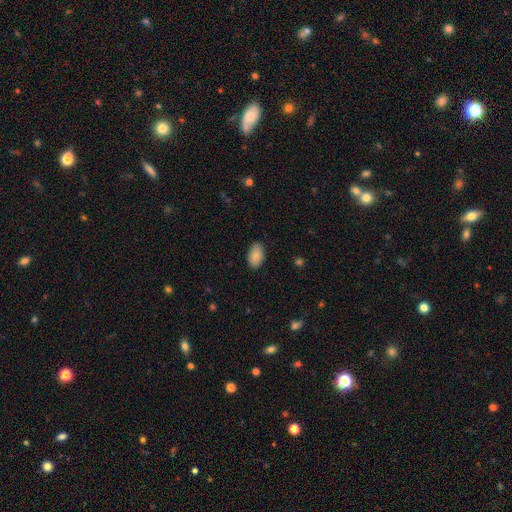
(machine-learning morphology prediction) Smooth or featured: smooth — 88% (star or artifact — 7%)
How rounded: in between — 93% (round — 6%)
Merging: none — 88% (minor disturbance — 9%)